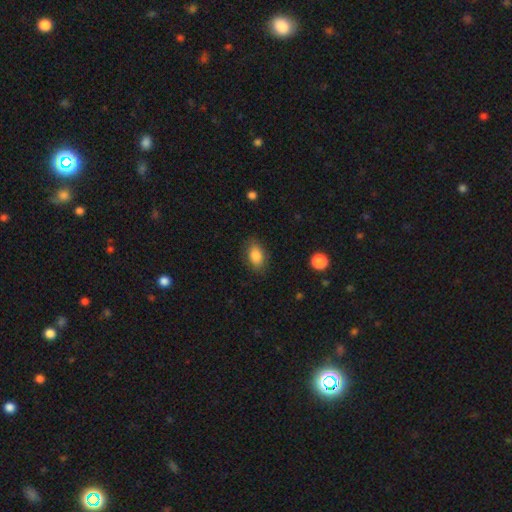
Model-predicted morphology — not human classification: A smooth galaxy with no disk features (85%) that is in between round and cigar-shaped (87%). Merging: none (81%).